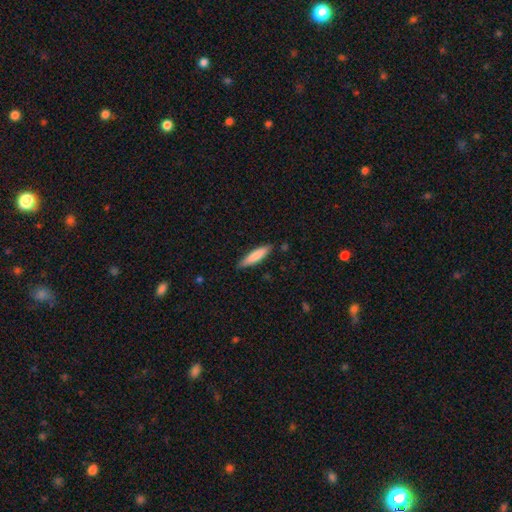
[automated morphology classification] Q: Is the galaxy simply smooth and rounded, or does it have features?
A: smooth — 79%.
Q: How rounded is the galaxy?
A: cigar-shaped — 80%.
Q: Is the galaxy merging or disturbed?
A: none — 84%.